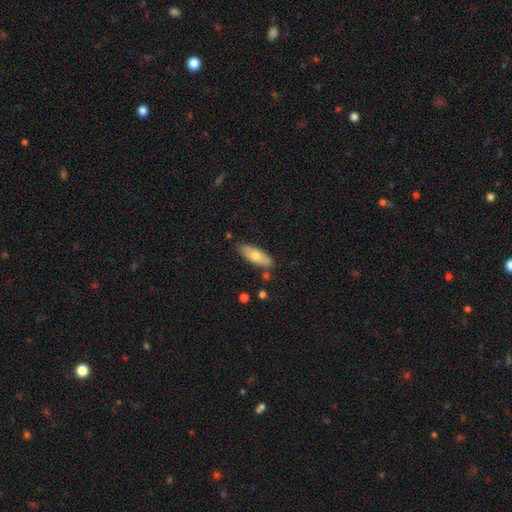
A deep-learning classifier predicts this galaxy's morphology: This is likely a smooth galaxy (67%). How rounded: likely in between (70%). Merging: clearly none (81%).